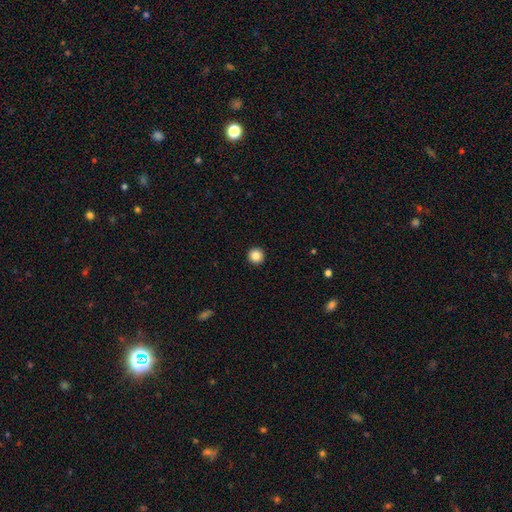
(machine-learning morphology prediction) A smooth galaxy with no disk features (86%) that is round (96%). Merging: none (94%).